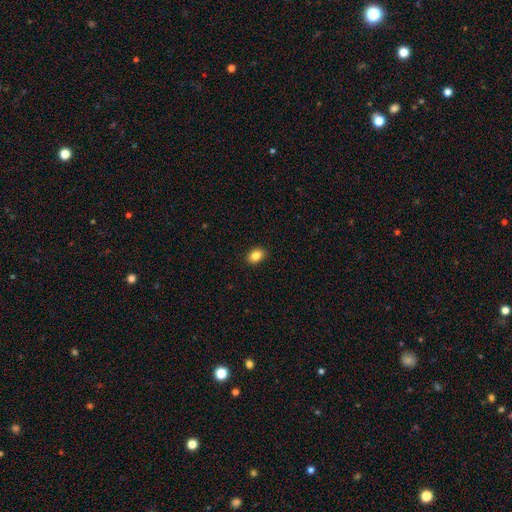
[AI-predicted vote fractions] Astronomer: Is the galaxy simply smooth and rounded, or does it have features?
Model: smooth — 85%.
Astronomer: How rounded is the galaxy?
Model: in between — 72%.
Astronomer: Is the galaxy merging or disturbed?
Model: none — 90%.